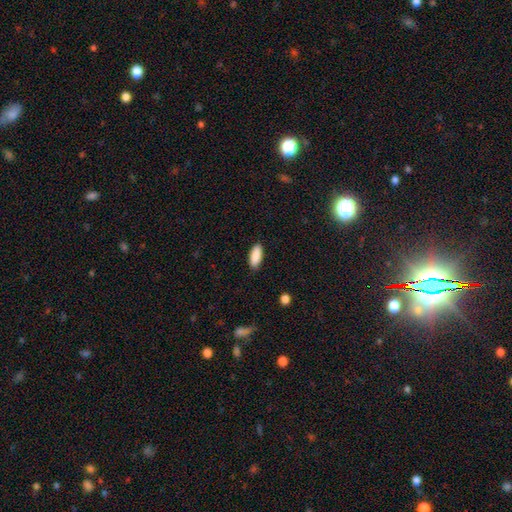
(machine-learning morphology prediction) A smooth galaxy with no disk features (90%) that is in between round and cigar-shaped (80%). Merging: none (88%).